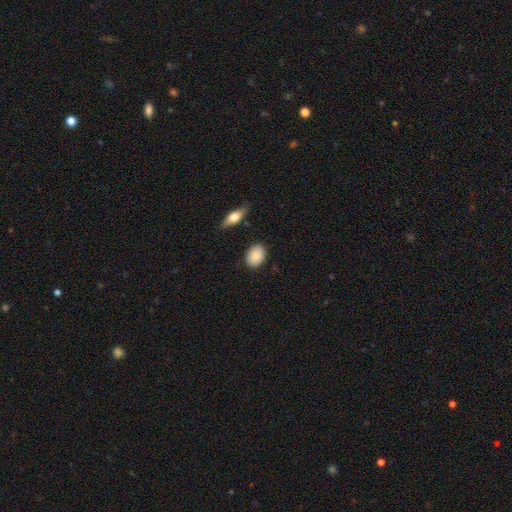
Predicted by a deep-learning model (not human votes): smooth-or-featured: smooth: 87% | featured or disk: 6% | star or artifact: 6%
  how-rounded: in between: 78% | round: 20% | cigar-shaped: 2%
  merging: none: 86% | minor disturbance: 10% | major disturbance: 2% | merger: 2%